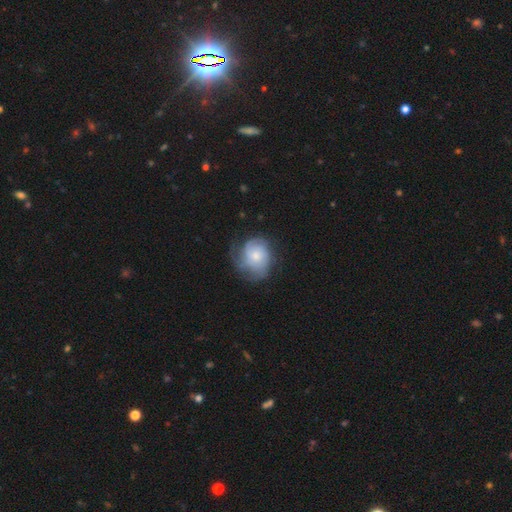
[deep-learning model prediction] Smooth or featured? featured or disk (51%)
Edge-on disk? no (98%)
Bar? no (81%)
Spiral arms? yes (81%)
Bulge size? small (48%)
Merging? none (52%)